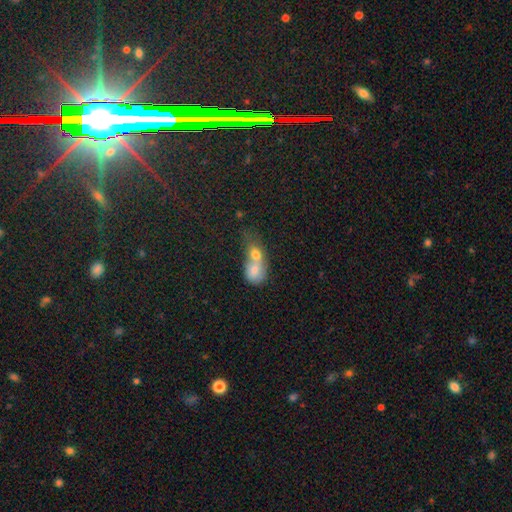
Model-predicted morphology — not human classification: This appears to be a smooth galaxy with no disk features (68%) that is in between round and cigar-shaped (52%). Merging: merger (78%).